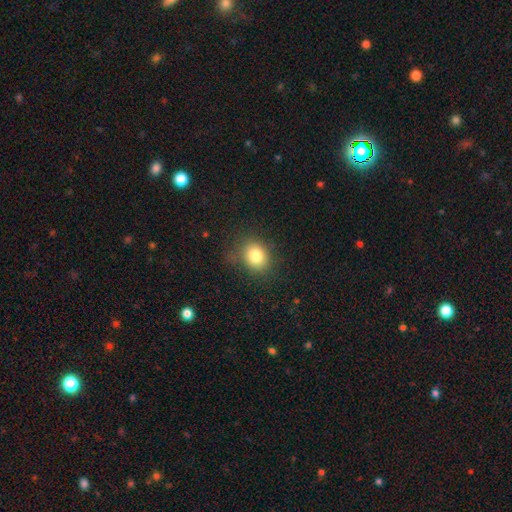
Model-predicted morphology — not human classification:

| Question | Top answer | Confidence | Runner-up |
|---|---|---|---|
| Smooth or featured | smooth | 81% | star or artifact (11%) |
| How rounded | round | 57% | in between (42%) |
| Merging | none | 76% | minor disturbance (16%) |